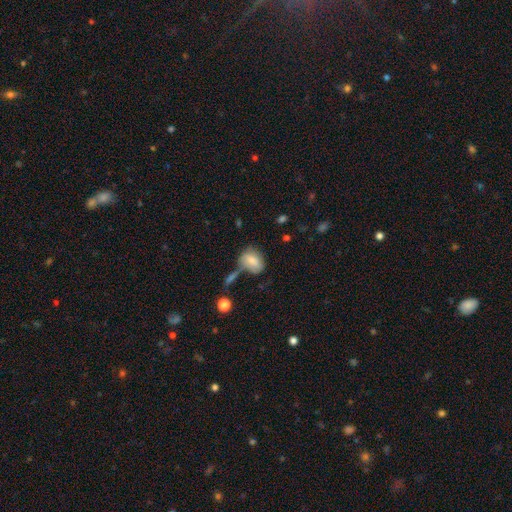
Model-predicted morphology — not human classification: Smooth or featured? Predicted: smooth (p=0.56). How rounded? Predicted: in between (p=0.55). Merging? Predicted: none (p=0.59).